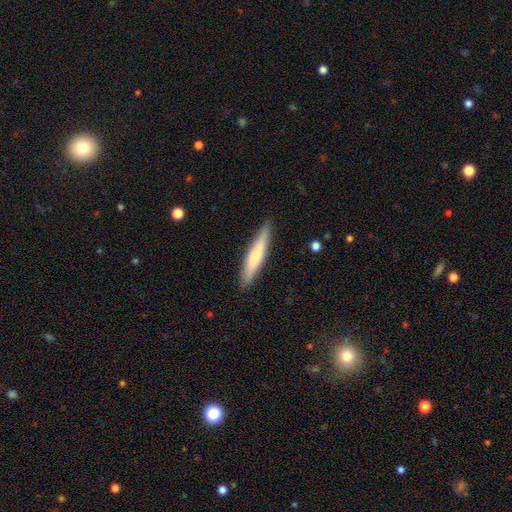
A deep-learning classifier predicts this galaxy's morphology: Smooth or featured: smooth — 63% (featured or disk — 31%)
How rounded: cigar-shaped — 92% (in between — 7%)
Merging: none — 88% (minor disturbance — 9%)